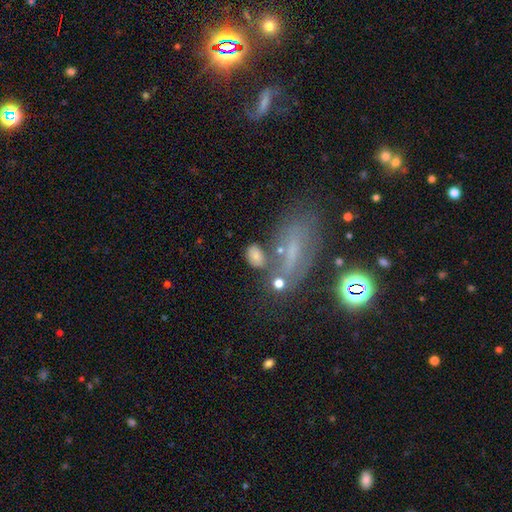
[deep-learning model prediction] Smooth or featured? smooth (74%)
How rounded? in between (78%)
Merging? none (49%)